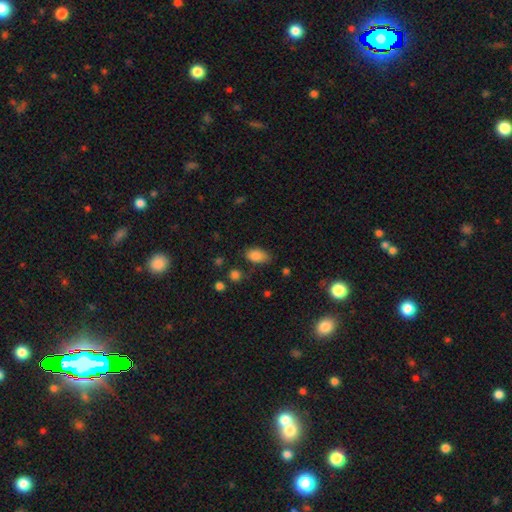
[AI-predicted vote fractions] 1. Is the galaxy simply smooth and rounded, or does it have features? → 85% smooth, 9% star or artifact, 6% featured or disk.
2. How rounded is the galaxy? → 90% in between, 7% round, 2% cigar-shaped.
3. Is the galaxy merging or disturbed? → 70% none, 21% minor disturbance, 5% major disturbance, 3% merger.